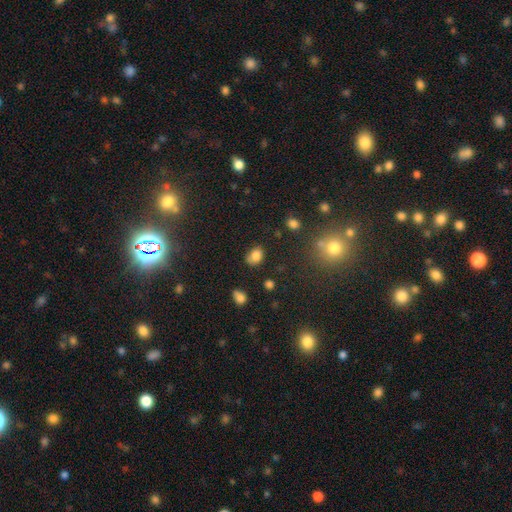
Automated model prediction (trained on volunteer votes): This appears to be a smooth galaxy with no disk features (81%) that is in between round and cigar-shaped (71%). Merging: none (66%).